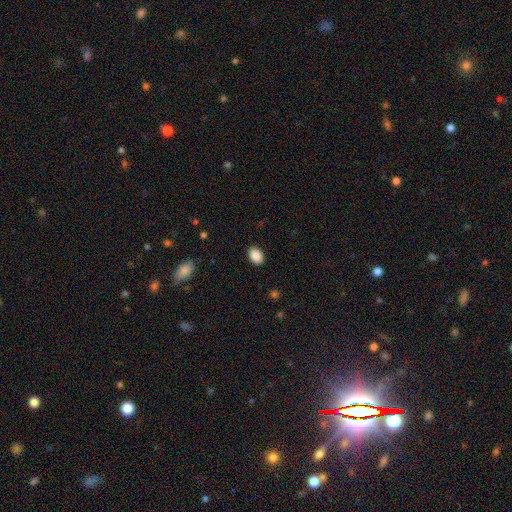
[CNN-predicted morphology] type=smooth (89%); roundness=in between (77%); merging=none (89%).